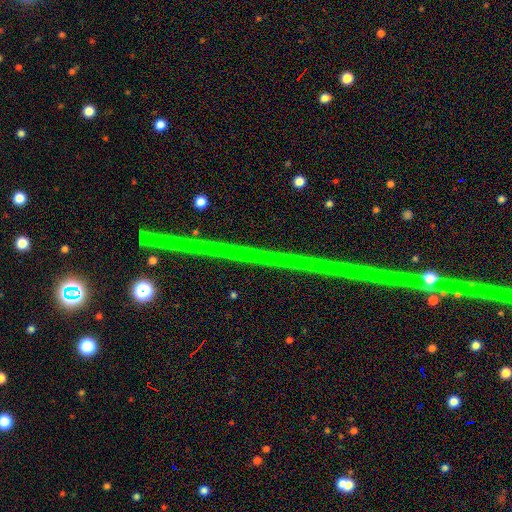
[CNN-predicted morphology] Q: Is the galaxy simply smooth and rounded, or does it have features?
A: star or artifact — 83%.